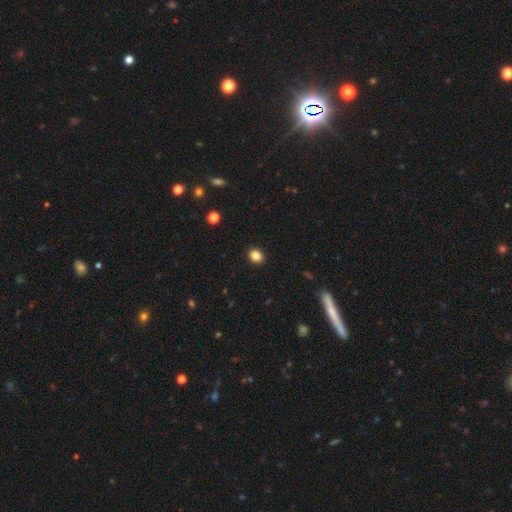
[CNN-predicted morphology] Overall: smooth (85%). How rounded: round (62%; in between 37%). Merging: none (91%).